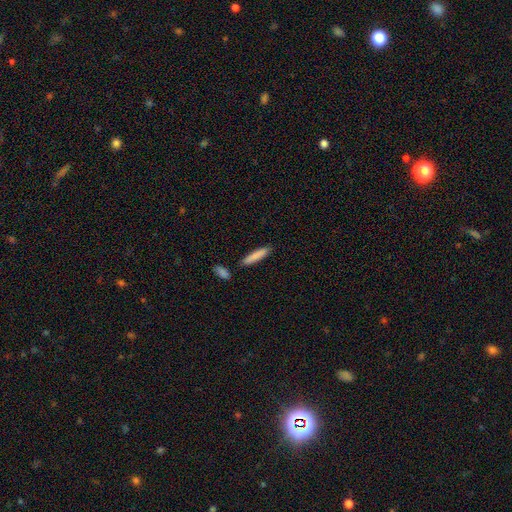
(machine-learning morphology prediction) A smooth galaxy with no disk features (84%) that is cigar-shaped (86%). Merging: none (84%).